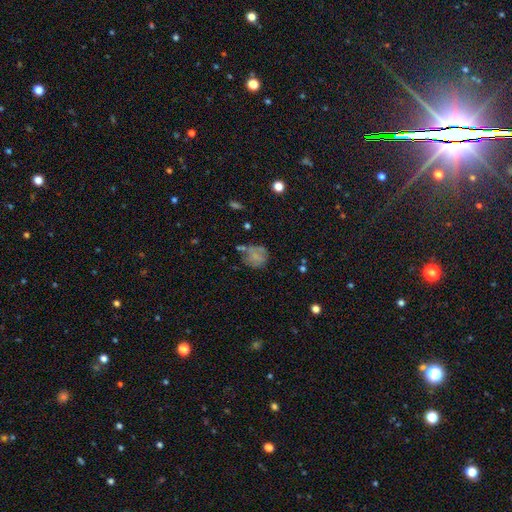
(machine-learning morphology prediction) smooth-or-featured: smooth: 63% | featured or disk: 25% | star or artifact: 12%
  how-rounded: round: 78% | in between: 21% | cigar-shaped: 1%
  merging: none: 50% | minor disturbance: 25% | major disturbance: 15% | merger: 10%